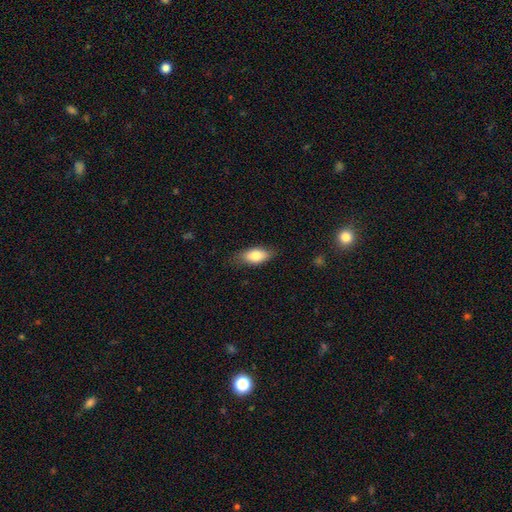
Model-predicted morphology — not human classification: The model was most divided on "merging": none: 79%, minor disturbance: 16%, major disturbance: 3%, merger: 1%. More confident: how rounded — in between (87%); smooth or featured — smooth (79%).